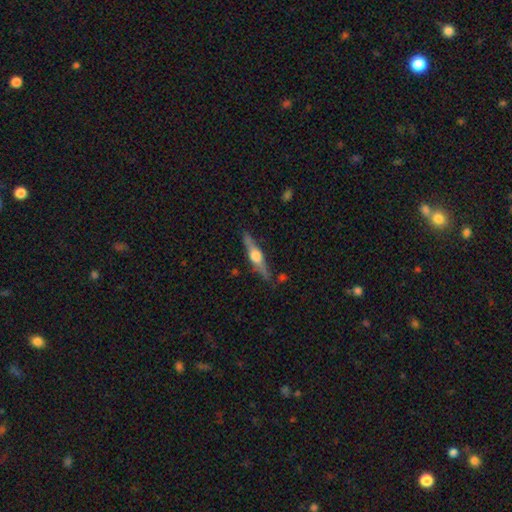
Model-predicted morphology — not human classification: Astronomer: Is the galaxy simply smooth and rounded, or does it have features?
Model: featured or disk — 69%.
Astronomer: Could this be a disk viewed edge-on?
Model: yes — 96%.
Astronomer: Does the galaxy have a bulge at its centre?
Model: rounded — 91%.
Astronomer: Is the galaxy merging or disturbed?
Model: none — 82%.